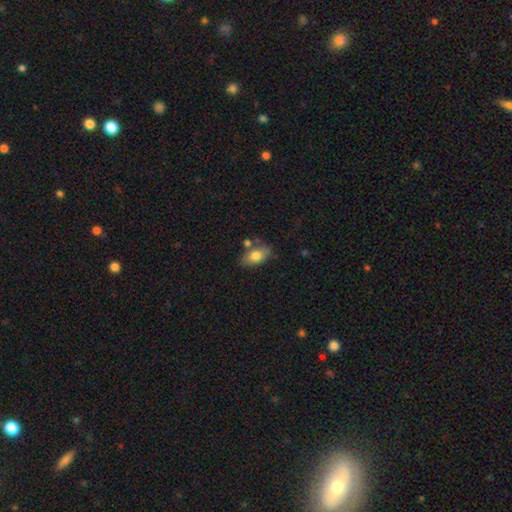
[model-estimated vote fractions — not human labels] Smooth or featured? smooth (76%)
How rounded? in between (90%)
Merging? none (66%)